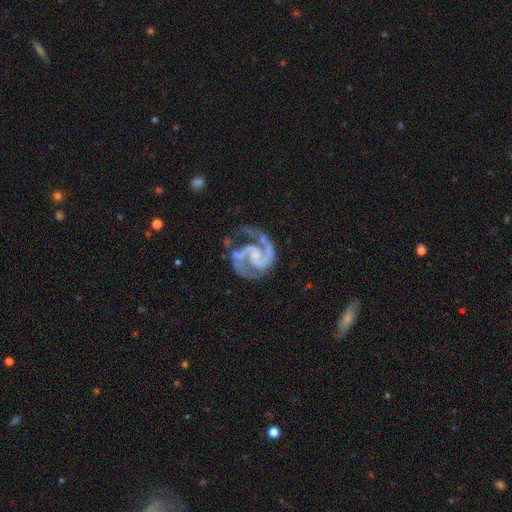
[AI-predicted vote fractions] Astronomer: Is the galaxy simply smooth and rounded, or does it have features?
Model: featured or disk — 93%.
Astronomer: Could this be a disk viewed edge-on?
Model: no — 98%.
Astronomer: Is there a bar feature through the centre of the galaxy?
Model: no — 45% (runner-up: weak, 38%).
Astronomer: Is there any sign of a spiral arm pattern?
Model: yes — 98%.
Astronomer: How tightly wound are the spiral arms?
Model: medium — 56% (runner-up: tight, 33%).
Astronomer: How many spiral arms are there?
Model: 2 — 91%.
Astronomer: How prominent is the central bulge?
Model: small — 40% (runner-up: none, 39%).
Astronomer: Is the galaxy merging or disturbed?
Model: none — 62%.